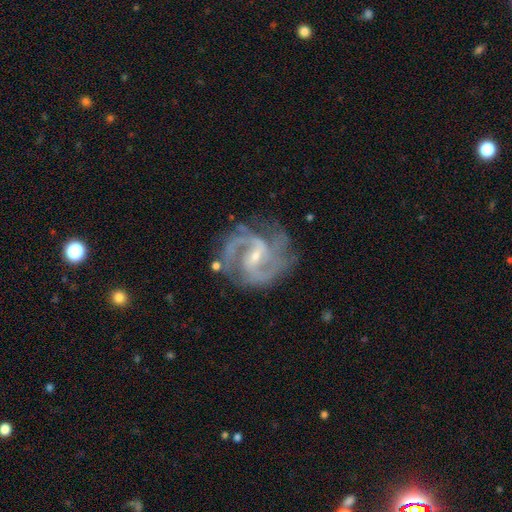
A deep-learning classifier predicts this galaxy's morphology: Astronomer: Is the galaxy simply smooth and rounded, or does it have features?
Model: featured or disk — 92%.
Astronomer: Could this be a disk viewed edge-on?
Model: no — 98%.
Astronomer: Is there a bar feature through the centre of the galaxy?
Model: weak — 49% (runner-up: strong, 33%).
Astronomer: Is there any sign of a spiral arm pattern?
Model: yes — 98%.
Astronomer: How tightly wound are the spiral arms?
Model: medium — 61%.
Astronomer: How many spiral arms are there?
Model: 2 — 71%.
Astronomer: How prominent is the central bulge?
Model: small — 71%.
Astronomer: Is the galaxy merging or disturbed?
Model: none — 68%.